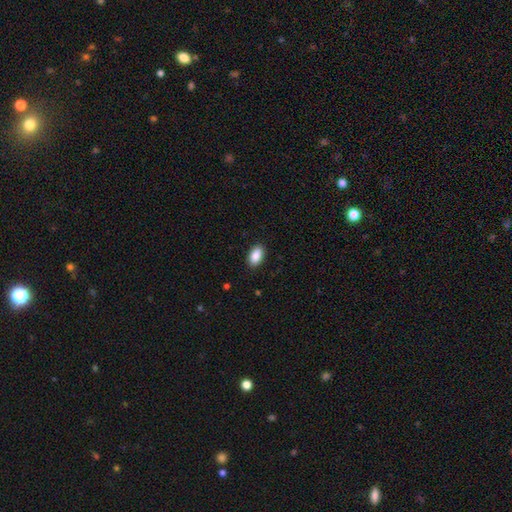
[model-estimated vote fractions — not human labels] smooth-or-featured: smooth: 89% | star or artifact: 7% | featured or disk: 4%
  how-rounded: in between: 93% | round: 5% | cigar-shaped: 2%
  merging: none: 89% | minor disturbance: 8% | major disturbance: 2% | merger: 1%